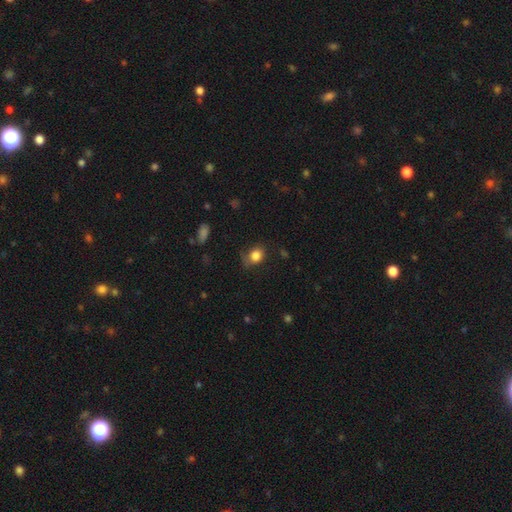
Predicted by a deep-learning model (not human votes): Overall: smooth (83%). How rounded: round (58%; in between 41%). Merging: none (61%; minor disturbance 27%).